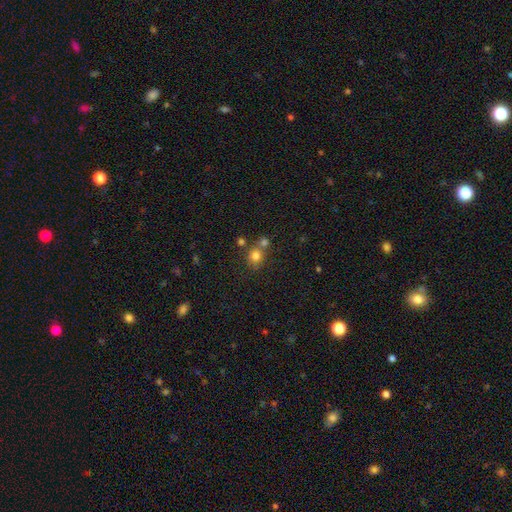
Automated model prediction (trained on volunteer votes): Overall: smooth (78%). How rounded: round (84%). Merging: none (57%; merger 31%).